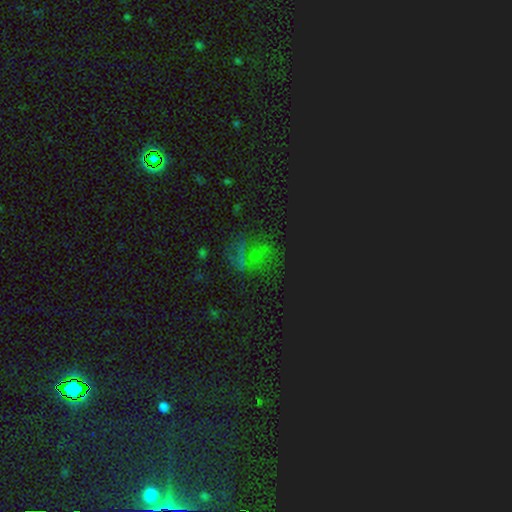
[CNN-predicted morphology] Q: Smooth or featured?
A: star or artifact (51%); runner-up: smooth (32%)